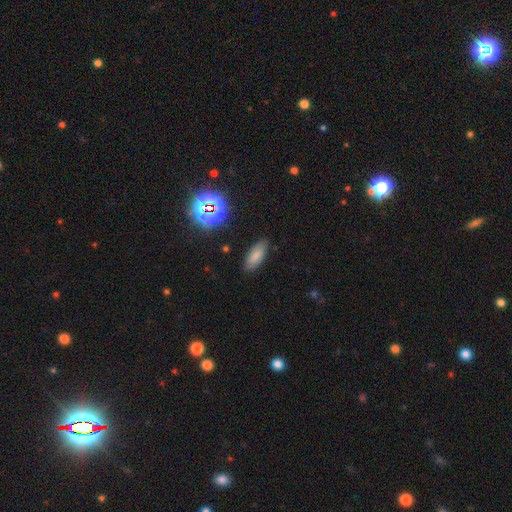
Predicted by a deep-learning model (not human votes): Smooth or featured?
  - smooth: 79% *
  - star or artifact: 12%
  - featured or disk: 9%
How rounded?
  - in between: 80% *
  - cigar-shaped: 17%
  - round: 3%
Merging?
  - none: 85% *
  - minor disturbance: 11%
  - major disturbance: 3%
  - merger: 1%